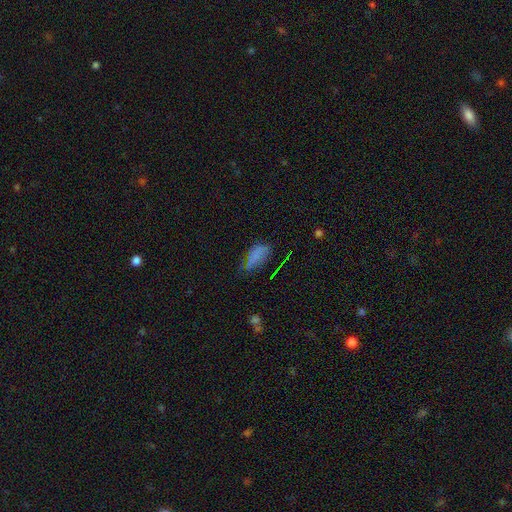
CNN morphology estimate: Smooth or featured: smooth — 69% (star or artifact — 18%)
How rounded: in between — 88% (cigar-shaped — 7%)
Merging: none — 49% (minor disturbance — 33%)